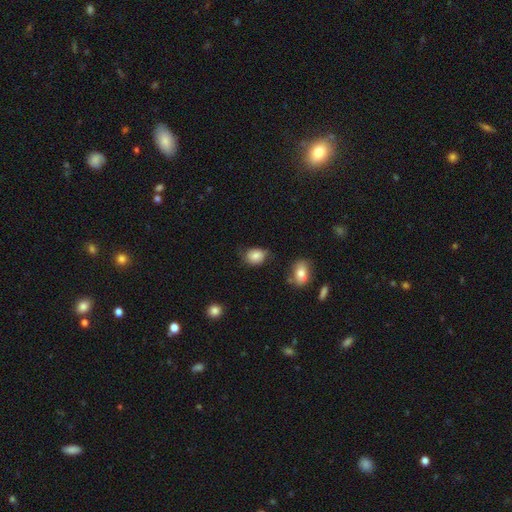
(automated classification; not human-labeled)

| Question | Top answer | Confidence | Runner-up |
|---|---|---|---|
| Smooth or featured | smooth | 76% | featured or disk (15%) |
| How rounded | in between | 52% | round (46%) |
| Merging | none | 57% | minor disturbance (30%) |